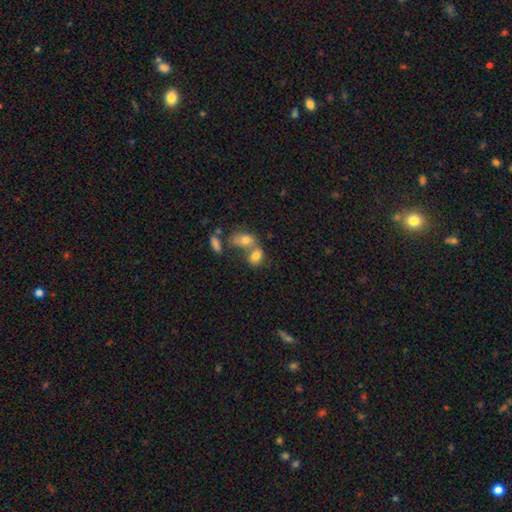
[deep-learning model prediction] This is likely a smooth galaxy (76%). How rounded: likely in between (65%). Merging: possibly merger (59%).